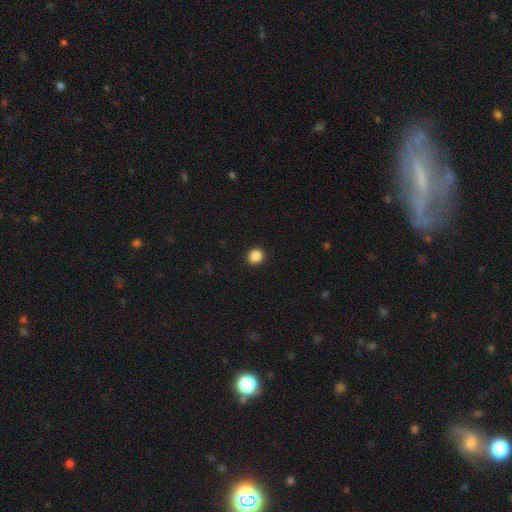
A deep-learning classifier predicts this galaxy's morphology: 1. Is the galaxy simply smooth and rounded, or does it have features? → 87% smooth, 10% star or artifact, 3% featured or disk.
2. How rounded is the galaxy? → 90% round, 9% in between, 1% cigar-shaped.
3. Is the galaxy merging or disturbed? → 92% none, 5% minor disturbance, 2% major disturbance, 1% merger.